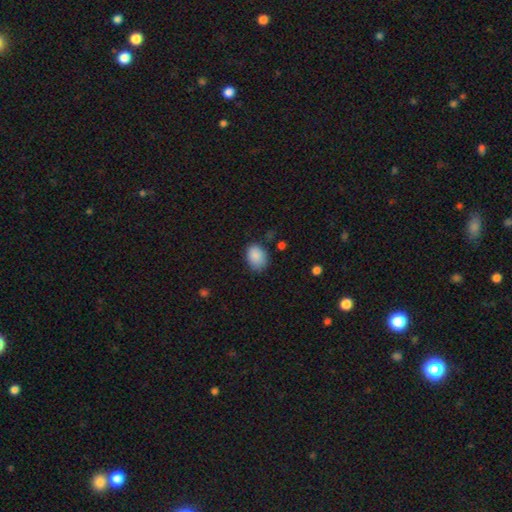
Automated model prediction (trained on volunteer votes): This appears to be a smooth galaxy with no disk features (88%) that is in between round and cigar-shaped (75%). Merging: none (73%).